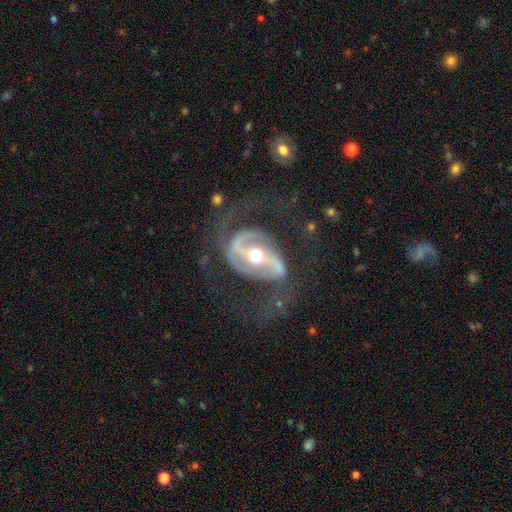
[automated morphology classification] Smooth or featured?
  - featured or disk: 88% *
  - smooth: 7%
  - star or artifact: 5%
Edge-on disk?
  - no: 96% *
  - yes: 4%
Bar?
  - strong: 52% *
  - weak: 27%
  - no: 21%
Spiral arms?
  - yes: 93% *
  - no: 7%
Spiral winding?
  - medium: 46% *
  - loose: 37%
  - tight: 16%
Spiral arm count?
  - 2: 88% *
  - 1: 5%
  - can't tell: 3%
  - 3: 2%
  - 4: 1%
  - more than 4: 1%
Bulge size?
  - moderate: 75% *
  - small: 13%
  - large: 10%
  - dominant: 1%
  - none: 1%
Merging?
  - none: 59% *
  - major disturbance: 22%
  - minor disturbance: 16%
  - merger: 2%